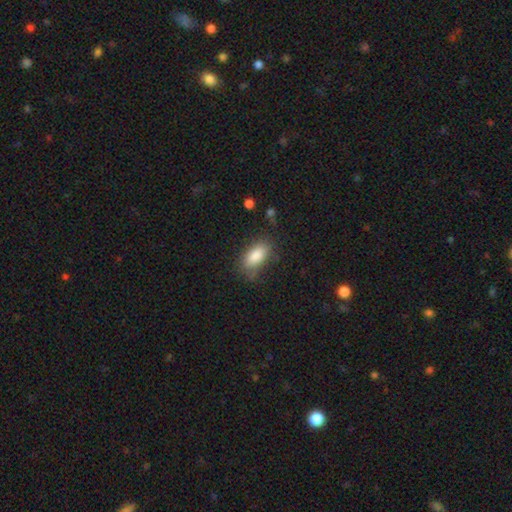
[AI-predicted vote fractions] smooth 84%, featured or disk 9%, star or artifact 7%. Down the decision tree: how rounded — in between (86%); merging — none (71%).